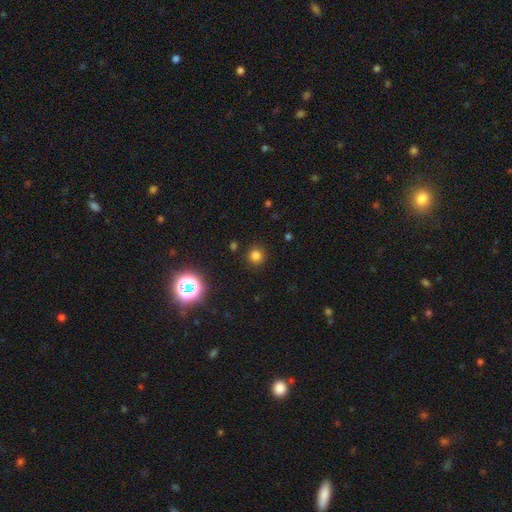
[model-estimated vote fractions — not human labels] This appears to be a smooth galaxy with no disk features (78%) that is round (92%). Merging: none (89%).